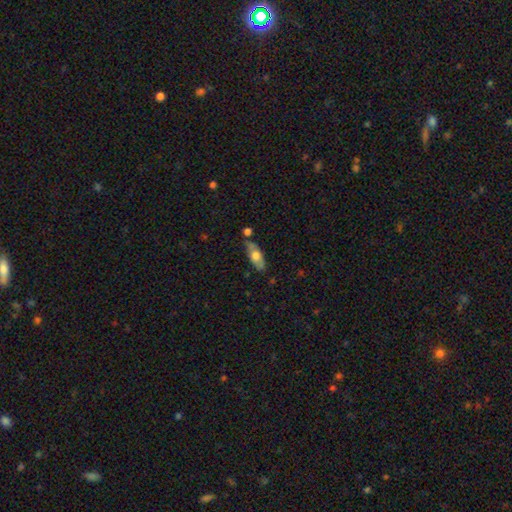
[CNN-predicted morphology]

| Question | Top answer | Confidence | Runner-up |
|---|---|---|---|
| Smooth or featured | smooth | 60% | featured or disk (34%) |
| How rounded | in between | 74% | cigar-shaped (22%) |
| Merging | none | 68% | minor disturbance (19%) |